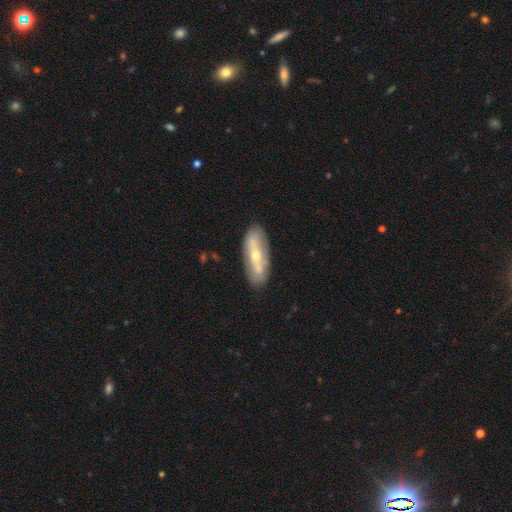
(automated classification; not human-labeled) Morphology: type=featured or disk (60%); edge-on=no (75%); merging=none (81%).